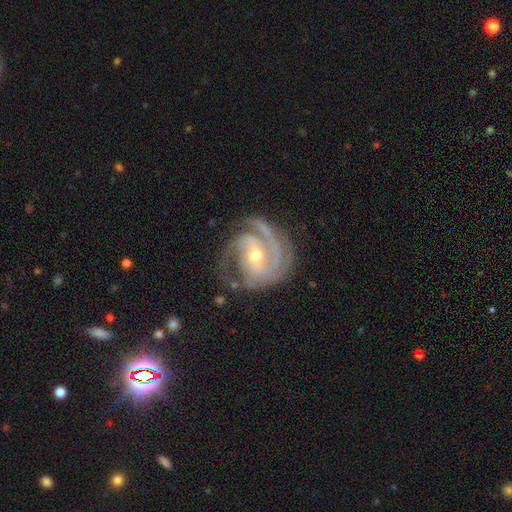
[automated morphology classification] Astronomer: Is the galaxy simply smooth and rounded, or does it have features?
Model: featured or disk — 92%.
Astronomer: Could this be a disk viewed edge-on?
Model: no — 98%.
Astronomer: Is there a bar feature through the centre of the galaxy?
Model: weak — 41% (runner-up: no, 32%).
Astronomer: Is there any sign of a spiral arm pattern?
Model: yes — 98%.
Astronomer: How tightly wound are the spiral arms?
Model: tight — 57% (runner-up: medium, 37%).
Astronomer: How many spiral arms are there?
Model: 3 — 49% (runner-up: 2, 27%).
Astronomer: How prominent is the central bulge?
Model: moderate — 55% (runner-up: small, 41%).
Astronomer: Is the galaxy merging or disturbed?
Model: none — 69%.